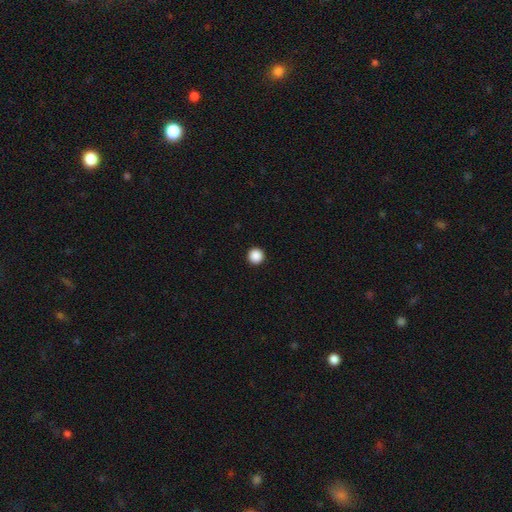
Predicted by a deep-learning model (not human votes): Q: Smooth or featured?
A: smooth (89%); runner-up: star or artifact (9%)
Q: How rounded?
A: round (97%); runner-up: in between (2%)
Q: Merging?
A: none (94%); runner-up: minor disturbance (3%)